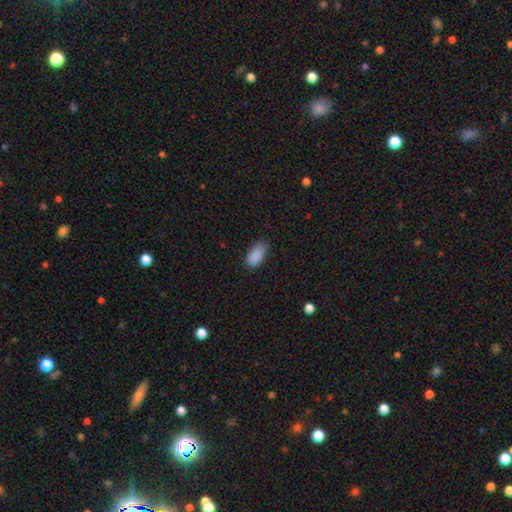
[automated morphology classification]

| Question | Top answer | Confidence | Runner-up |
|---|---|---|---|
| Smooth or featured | smooth | 89% | star or artifact (8%) |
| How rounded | in between | 92% | cigar-shaped (4%) |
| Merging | none | 70% | minor disturbance (24%) |